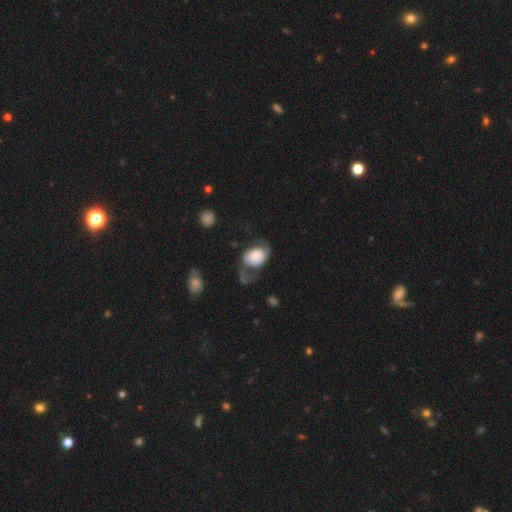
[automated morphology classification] smooth_or_featured: featured or disk (p=0.56) [alt: smooth p=0.38]
disk_edge_on: no (p=0.96) [alt: yes p=0.04]
bar: no (p=0.74) [alt: weak p=0.20]
has_spiral_arms: yes (p=0.77) [alt: no p=0.23]
bulge_size: moderate (p=0.34) [alt: small p=0.27]
merging: major disturbance (p=0.37) [alt: none p=0.35]